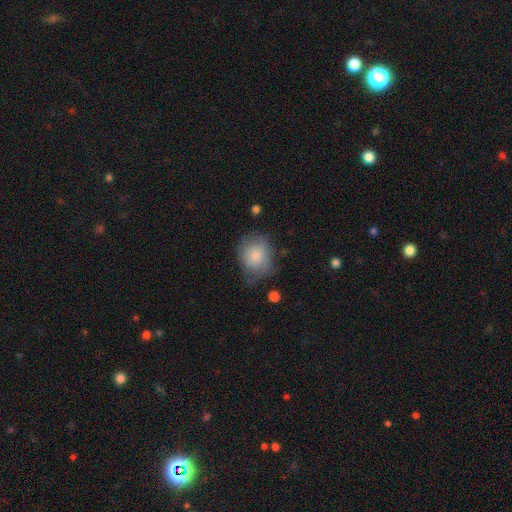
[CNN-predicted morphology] Smooth or featured?
  - smooth: 80% *
  - featured or disk: 13%
  - star or artifact: 7%
How rounded?
  - round: 71% *
  - in between: 28%
  - cigar-shaped: 1%
Merging?
  - none: 58% *
  - minor disturbance: 30%
  - major disturbance: 11%
  - merger: 2%